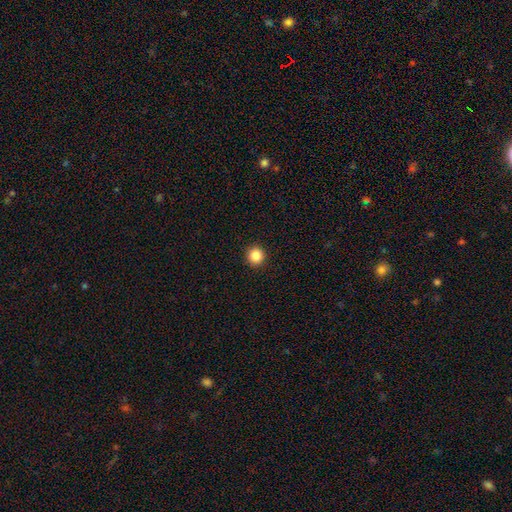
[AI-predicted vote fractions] Smooth or featured?
  - smooth: 87% *
  - star or artifact: 10%
  - featured or disk: 3%
How rounded?
  - round: 94% *
  - in between: 5%
  - cigar-shaped: 1%
Merging?
  - none: 93% *
  - minor disturbance: 4%
  - major disturbance: 2%
  - merger: 1%